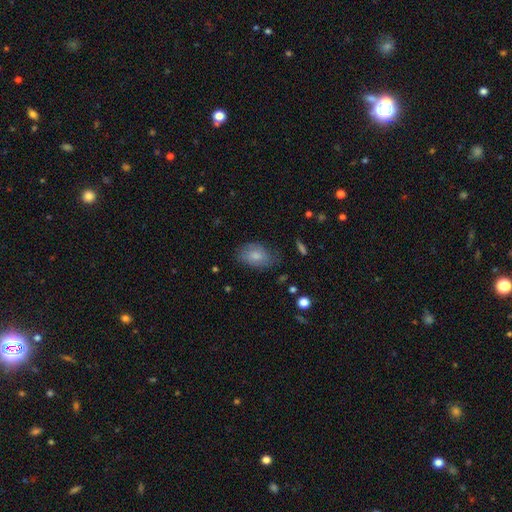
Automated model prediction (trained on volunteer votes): The model was most divided on "merging": none: 67%, minor disturbance: 24%, major disturbance: 7%, merger: 2%. More confident: how rounded — in between (85%); smooth or featured — smooth (74%).